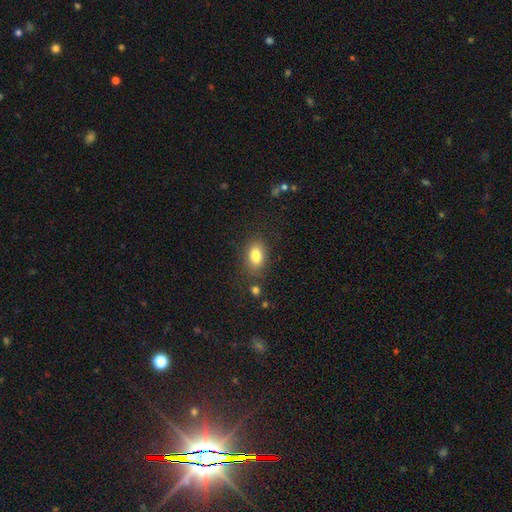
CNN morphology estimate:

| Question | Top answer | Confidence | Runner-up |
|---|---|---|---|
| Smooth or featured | smooth | 83% | star or artifact (9%) |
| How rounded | in between | 84% | round (14%) |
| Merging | none | 78% | minor disturbance (14%) |